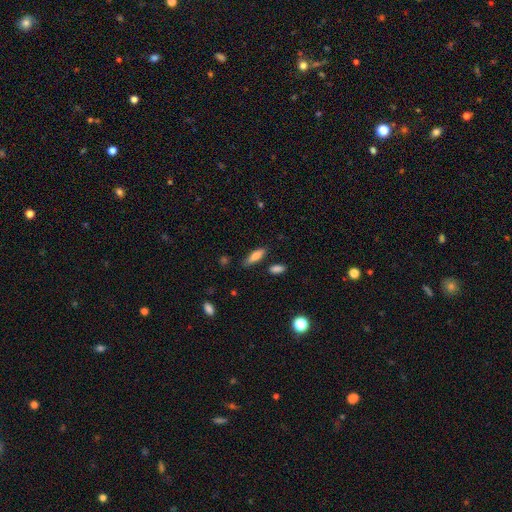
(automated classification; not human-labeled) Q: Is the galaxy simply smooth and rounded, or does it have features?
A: smooth — 77%.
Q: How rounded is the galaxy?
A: in between — 49%, tied with cigar-shaped.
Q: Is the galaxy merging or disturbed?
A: none — 78%.